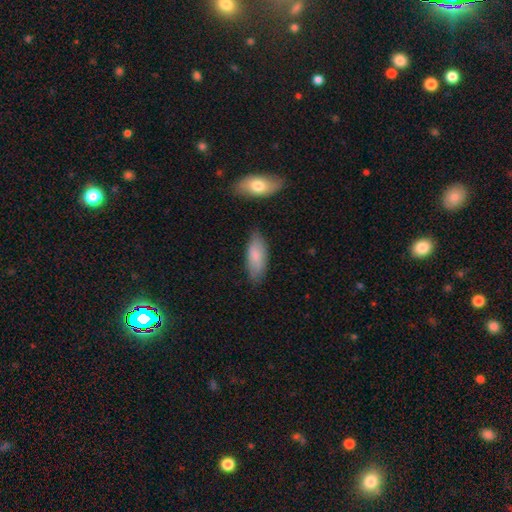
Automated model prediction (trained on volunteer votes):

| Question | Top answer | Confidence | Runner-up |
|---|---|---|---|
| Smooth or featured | smooth | 81% | featured or disk (14%) |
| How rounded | in between | 78% | cigar-shaped (21%) |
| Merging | none | 78% | minor disturbance (16%) |